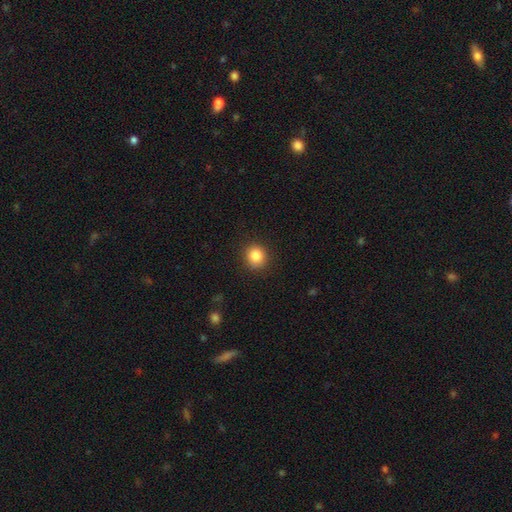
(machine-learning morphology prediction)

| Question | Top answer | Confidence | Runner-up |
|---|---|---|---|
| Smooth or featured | smooth | 85% | star or artifact (10%) |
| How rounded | round | 87% | in between (12%) |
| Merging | none | 89% | minor disturbance (7%) |